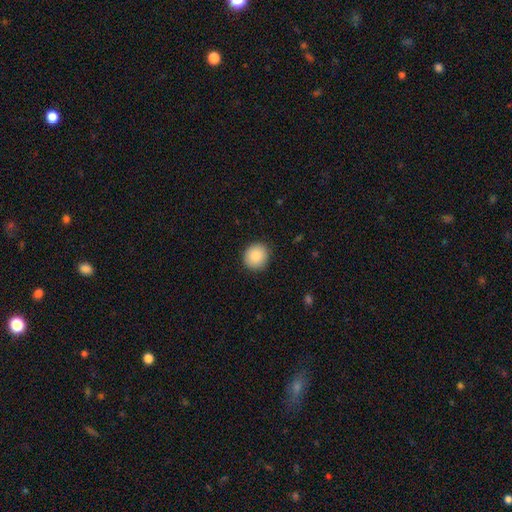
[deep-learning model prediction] A smooth galaxy with no disk features (89%) that is round (86%).

Vote fractions:
- Smooth or featured? smooth: 89% / star or artifact: 8% / featured or disk: 4%
- How rounded? round: 86% / in between: 13% / cigar-shaped: 1%
- Merging? none: 89% / minor disturbance: 8% / major disturbance: 2% / merger: 1%